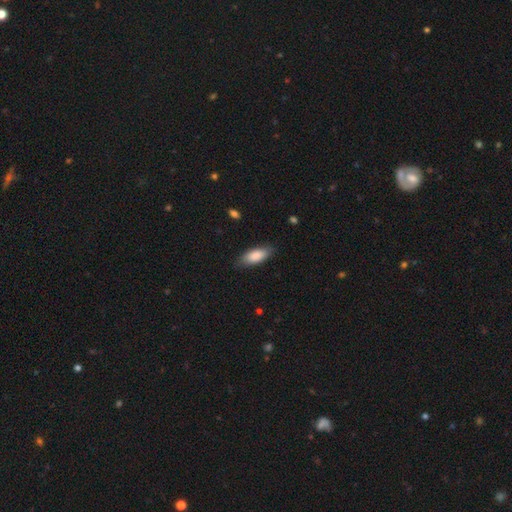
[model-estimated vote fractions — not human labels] Q: Smooth or featured?
A: smooth (85%); runner-up: featured or disk (9%)
Q: How rounded?
A: in between (80%); runner-up: cigar-shaped (18%)
Q: Merging?
A: none (81%); runner-up: minor disturbance (15%)